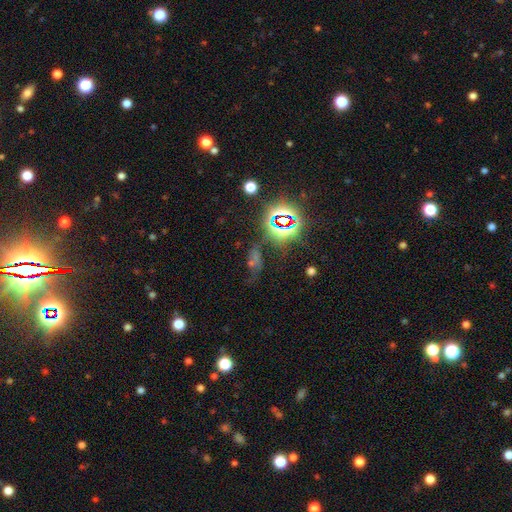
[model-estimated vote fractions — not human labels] A star or artifact, not a galaxy (60%).

Vote fractions:
- Smooth or featured? star or artifact: 60% / smooth: 22% / featured or disk: 18%